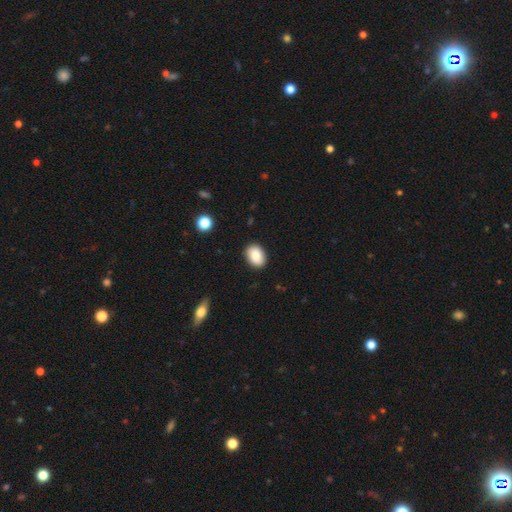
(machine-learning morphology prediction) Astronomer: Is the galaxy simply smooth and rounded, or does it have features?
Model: smooth — 86%.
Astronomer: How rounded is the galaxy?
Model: in between — 75%.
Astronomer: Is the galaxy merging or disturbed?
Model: none — 88%.